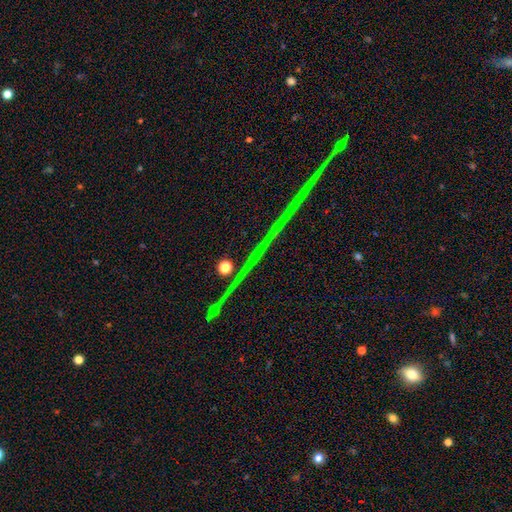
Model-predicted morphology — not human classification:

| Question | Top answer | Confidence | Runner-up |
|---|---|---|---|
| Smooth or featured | star or artifact | 81% | featured or disk (13%) |